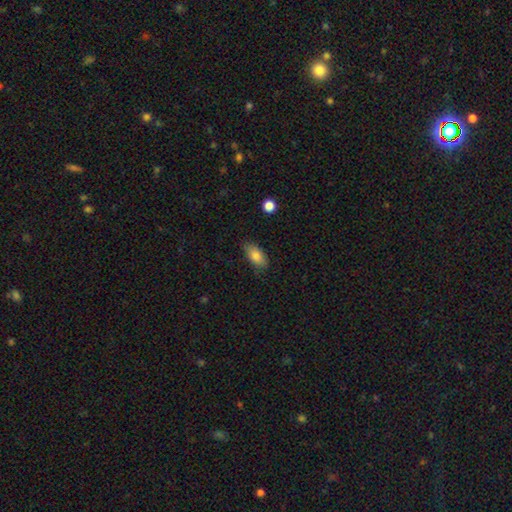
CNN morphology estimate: The model was most divided on "merging": none: 81%, minor disturbance: 15%, major disturbance: 3%, merger: 1%. More confident: how rounded — in between (90%); smooth or featured — smooth (84%).